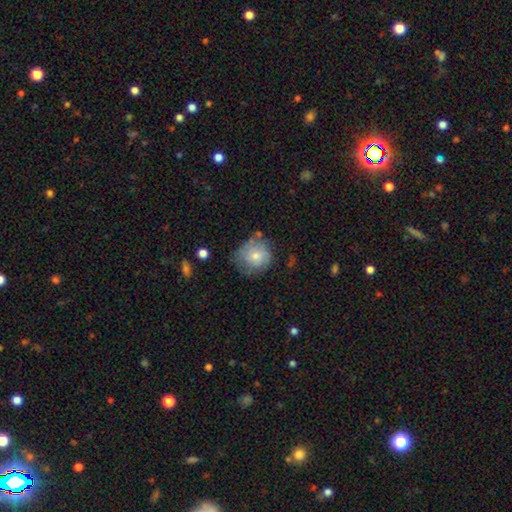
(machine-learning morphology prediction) A smooth galaxy with no disk features (67%) that is round (85%). Merging: none (56%).